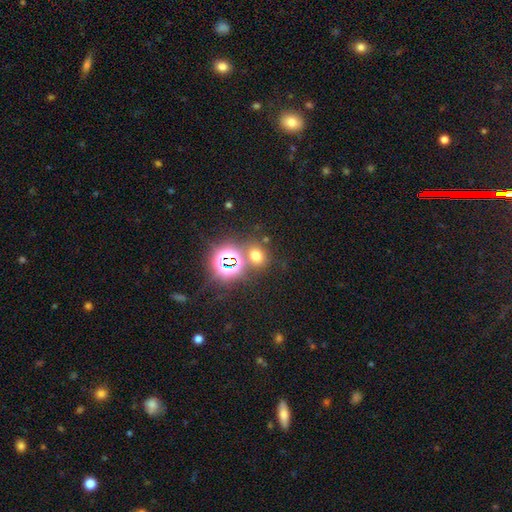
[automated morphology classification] Smooth or featured?
  - smooth: 55% *
  - star or artifact: 37%
  - featured or disk: 8%
How rounded?
  - round: 65% *
  - in between: 34%
  - cigar-shaped: 1%
Merging?
  - none: 70% *
  - merger: 17%
  - minor disturbance: 9%
  - major disturbance: 4%